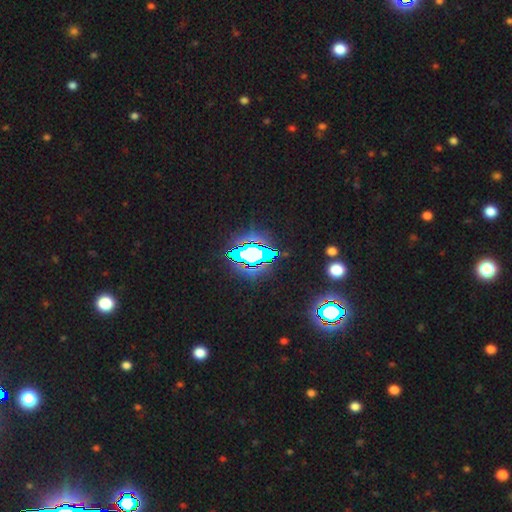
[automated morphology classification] The model was most divided on "smooth or featured": star or artifact: 68%, smooth: 16%, featured or disk: 16%.